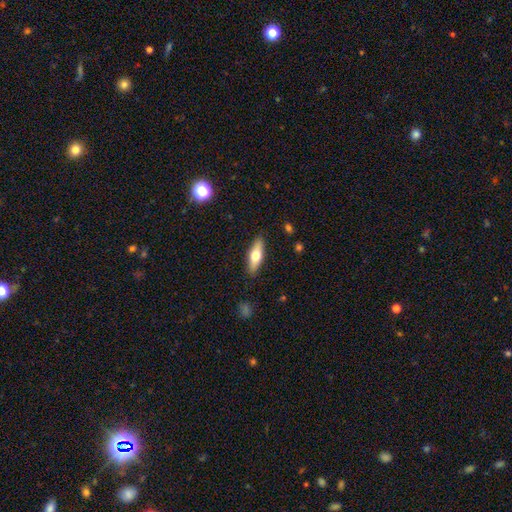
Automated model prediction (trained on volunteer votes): smooth_or_featured: smooth (p=0.59) [alt: featured or disk p=0.35]
how_rounded: in between (p=0.54) [alt: cigar-shaped p=0.44]
merging: none (p=0.88) [alt: minor disturbance p=0.08]